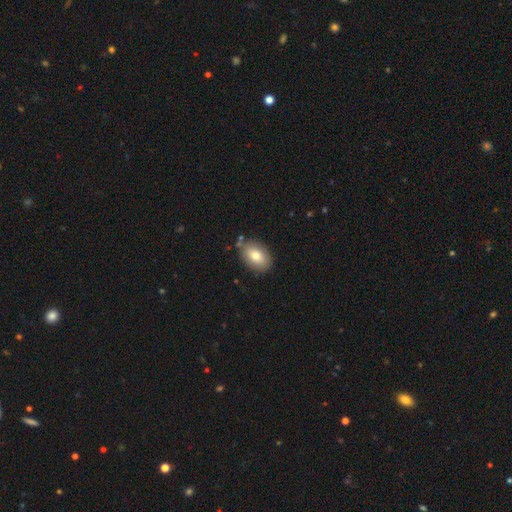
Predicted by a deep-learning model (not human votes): Smooth or featured: smooth — 78% (featured or disk — 14%)
How rounded: in between — 86% (round — 13%)
Merging: none — 80% (minor disturbance — 13%)